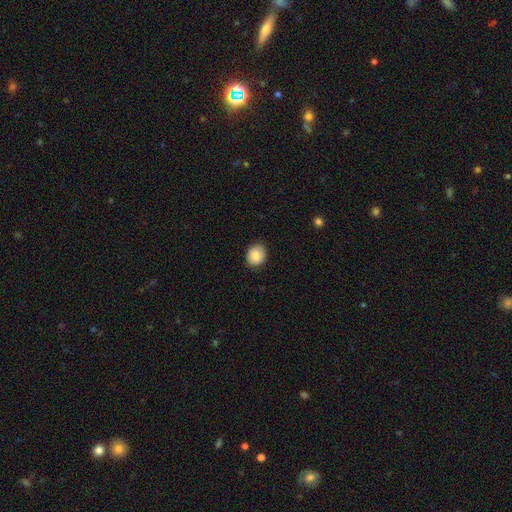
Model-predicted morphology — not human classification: smooth_or_featured: smooth (p=0.79) [alt: featured or disk p=0.13]
how_rounded: round (p=0.69) [alt: in between p=0.30]
merging: none (p=0.87) [alt: minor disturbance p=0.10]